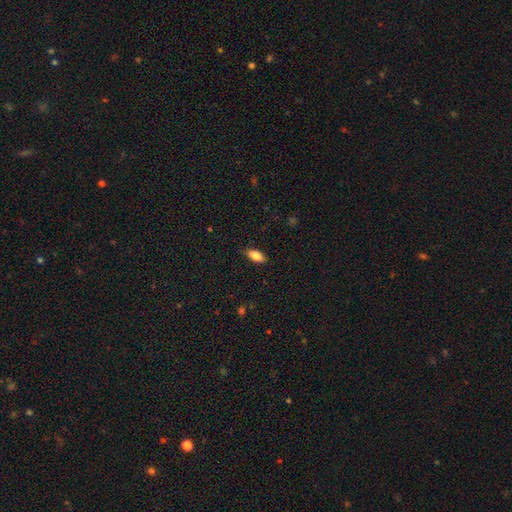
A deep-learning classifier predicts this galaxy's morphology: smooth-or-featured: smooth: 79% | featured or disk: 14% | star or artifact: 7%
  how-rounded: in between: 83% | cigar-shaped: 14% | round: 3%
  merging: none: 86% | minor disturbance: 11% | major disturbance: 2% | merger: 1%